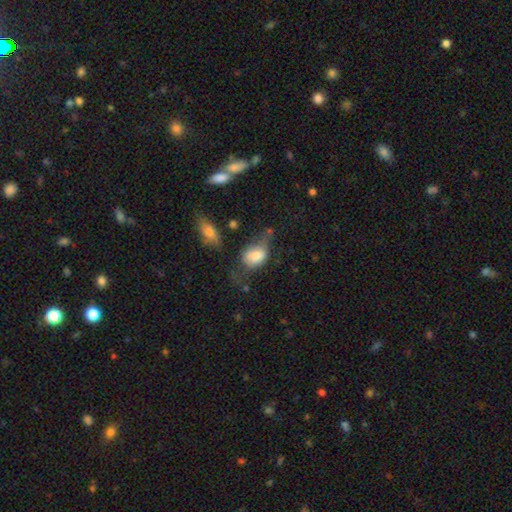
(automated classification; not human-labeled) The model was most divided on "merging": minor disturbance: 32%, major disturbance: 31%, none: 29%, merger: 9%. More confident: how rounded — in between (78%); smooth or featured — smooth (72%).